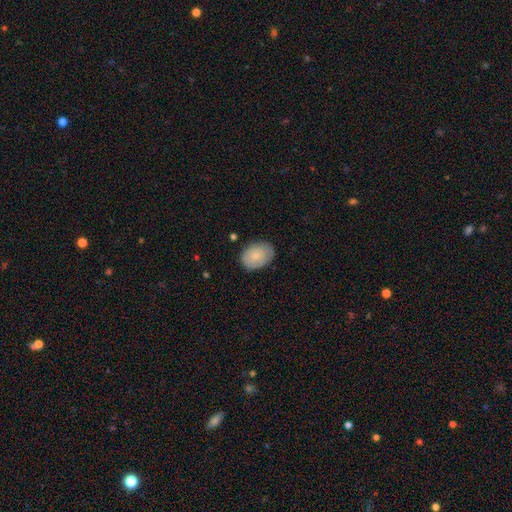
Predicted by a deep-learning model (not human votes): The model was most divided on "how rounded": in between: 71%, round: 28%, cigar-shaped: 1%. More confident: merging — none (77%); smooth or featured — smooth (77%).